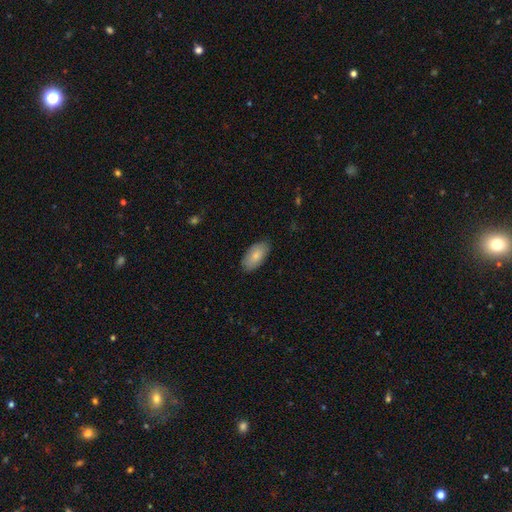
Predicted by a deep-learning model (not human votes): This is clearly a smooth galaxy (82%). How rounded: clearly in between (94%). Merging: clearly none (85%).